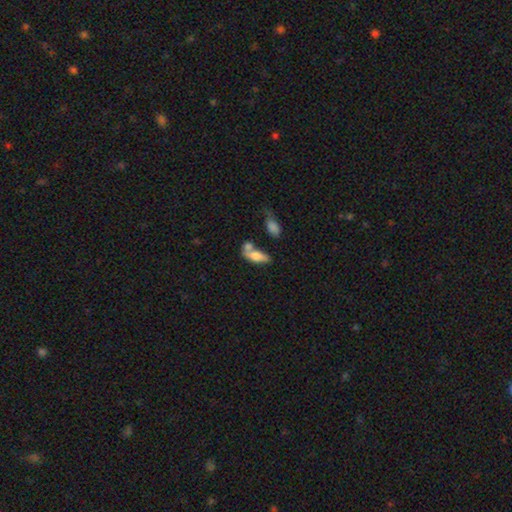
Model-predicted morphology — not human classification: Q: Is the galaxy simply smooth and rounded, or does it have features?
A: smooth — 67%.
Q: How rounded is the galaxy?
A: in between — 75%.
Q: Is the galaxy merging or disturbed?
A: merger — 37%.